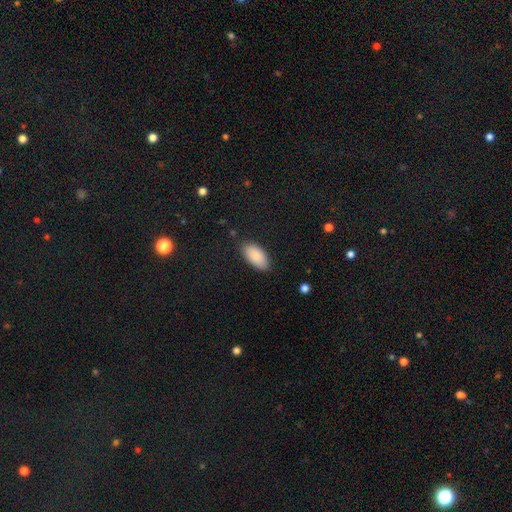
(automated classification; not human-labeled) smooth-or-featured: smooth: 87% | featured or disk: 7% | star or artifact: 6%
  how-rounded: in between: 94% | cigar-shaped: 4% | round: 2%
  merging: none: 84% | minor disturbance: 12% | major disturbance: 3% | merger: 1%